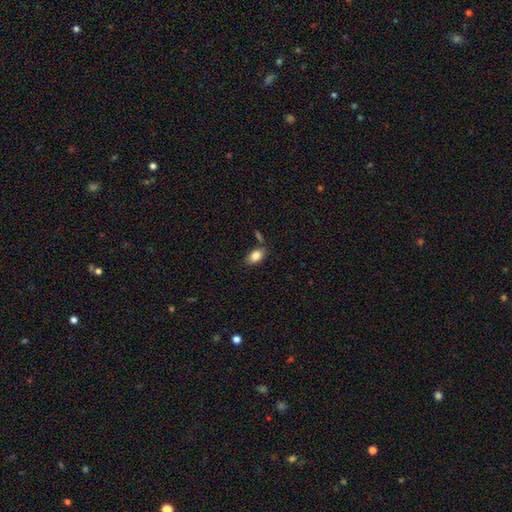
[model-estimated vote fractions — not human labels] A smooth galaxy with no disk features (84%) that is in between round and cigar-shaped (89%).

Vote fractions:
- Smooth or featured? smooth: 84% / star or artifact: 8% / featured or disk: 8%
- How rounded? in between: 89% / round: 10% / cigar-shaped: 2%
- Merging? none: 76% / minor disturbance: 13% / merger: 7% / major disturbance: 3%